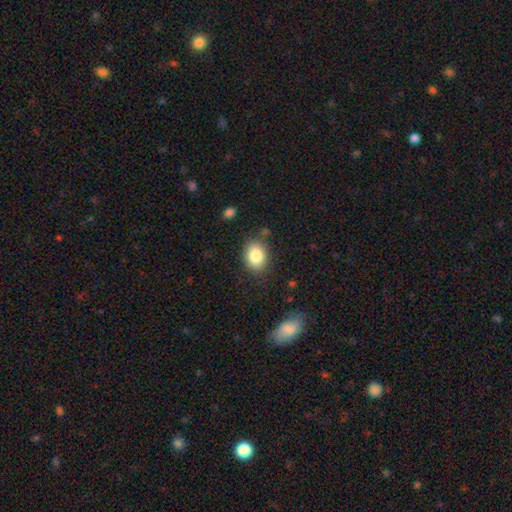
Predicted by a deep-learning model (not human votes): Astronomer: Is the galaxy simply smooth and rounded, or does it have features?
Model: smooth — 84%.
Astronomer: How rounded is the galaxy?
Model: in between — 66%.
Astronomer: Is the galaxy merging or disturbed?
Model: none — 80%.